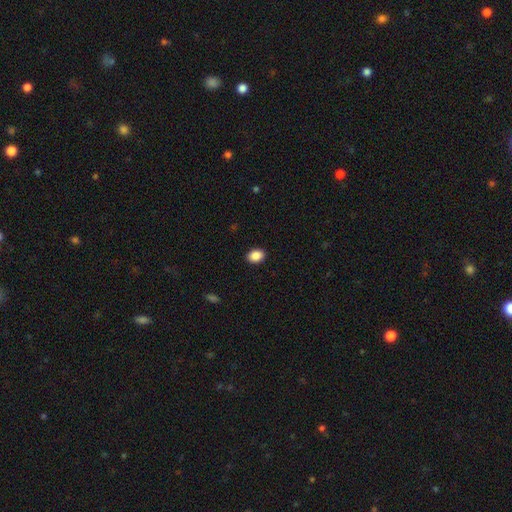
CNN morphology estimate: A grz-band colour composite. It shows a smooth galaxy with no disk features (89%) that is in between round and cigar-shaped (70%). Merging: none (90%).